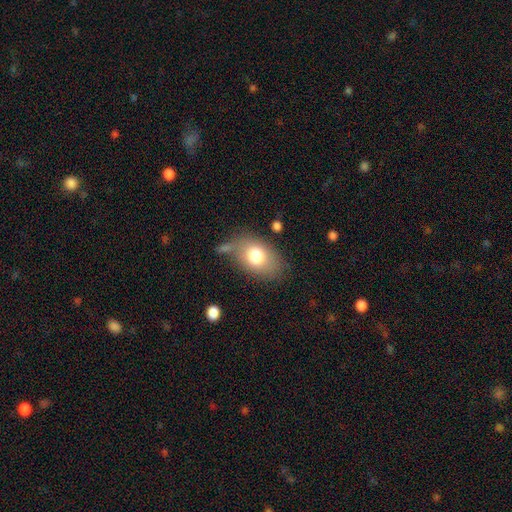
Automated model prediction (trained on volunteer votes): smooth_or_featured: smooth (p=0.75) [alt: featured or disk p=0.17]
how_rounded: in between (p=0.84) [alt: round p=0.14]
merging: none (p=0.64) [alt: minor disturbance p=0.20]